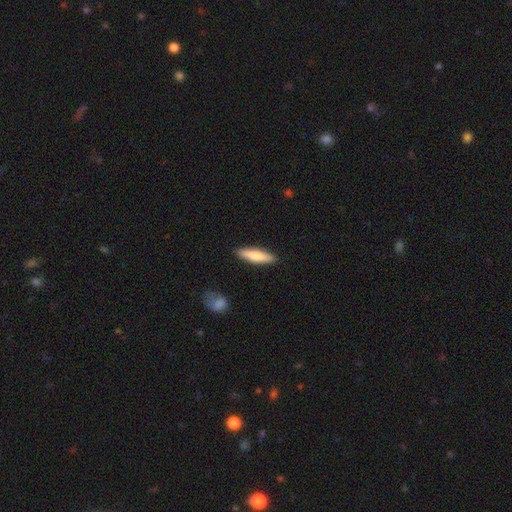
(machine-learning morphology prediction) Smooth or featured? Predicted: smooth (p=0.74). How rounded? Predicted: cigar-shaped (p=0.73). Merging? Predicted: none (p=0.89).